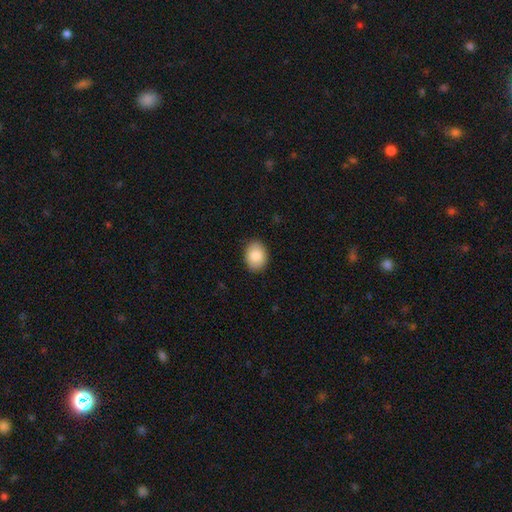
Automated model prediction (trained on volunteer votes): The model was most divided on "how rounded": in between: 70%, round: 29%, cigar-shaped: 1%. More confident: merging — none (88%); smooth or featured — smooth (86%).